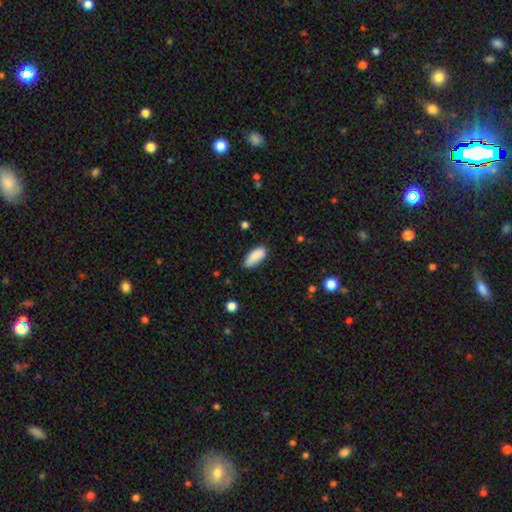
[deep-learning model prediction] Smooth or featured? Predicted: smooth (p=0.88). How rounded? Predicted: in between (p=0.85). Merging? Predicted: none (p=0.73).